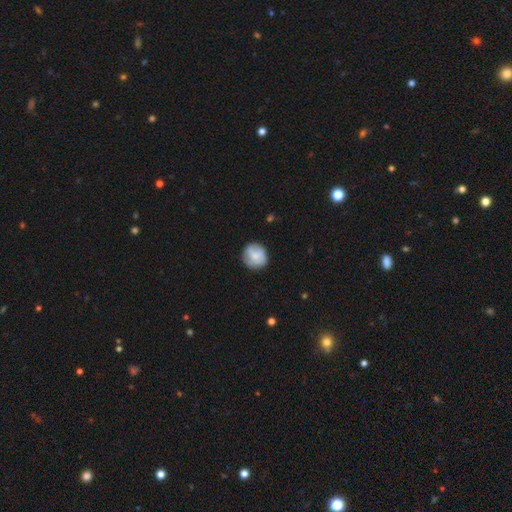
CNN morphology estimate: Smooth or featured?
  - smooth: 68% *
  - featured or disk: 25%
  - star or artifact: 7%
How rounded?
  - round: 88% *
  - in between: 11%
  - cigar-shaped: 1%
Merging?
  - none: 76% *
  - minor disturbance: 18%
  - major disturbance: 5%
  - merger: 1%